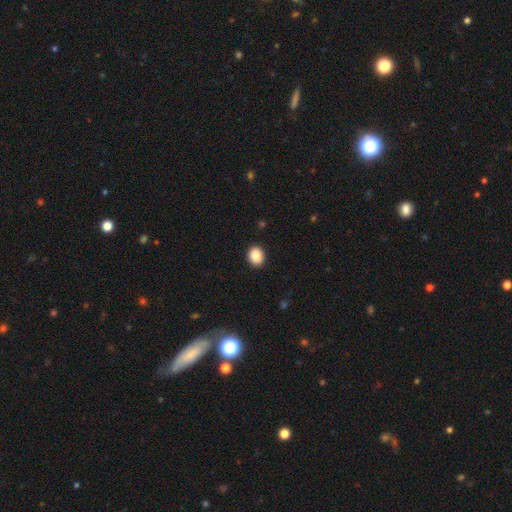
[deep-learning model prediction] Smooth or featured?
  - smooth: 89% *
  - star or artifact: 8%
  - featured or disk: 3%
How rounded?
  - in between: 50% *
  - round: 49%
  - cigar-shaped: 1%
Merging?
  - none: 91% *
  - minor disturbance: 6%
  - major disturbance: 2%
  - merger: 1%